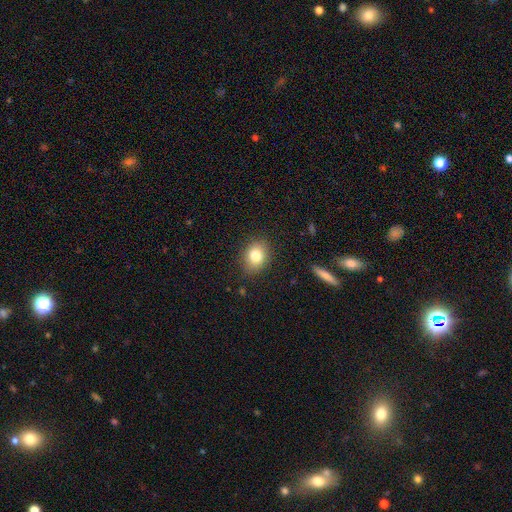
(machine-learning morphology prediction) Smooth or featured: smooth — 80% (featured or disk — 10%)
How rounded: in between — 53% (round — 46%)
Merging: none — 86% (minor disturbance — 10%)